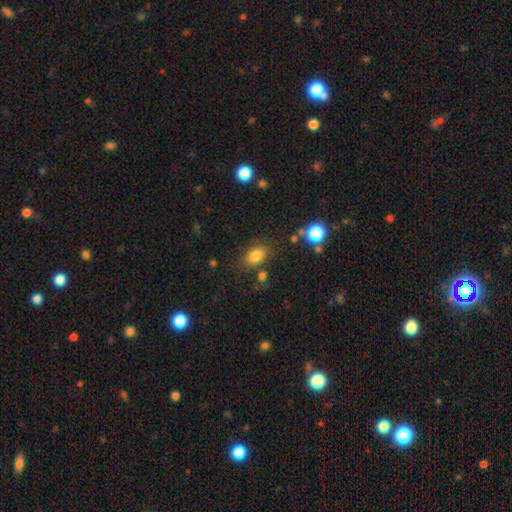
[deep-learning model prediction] This is clearly a smooth galaxy (81%). How rounded: likely in between (79%). Merging: likely none (75%).